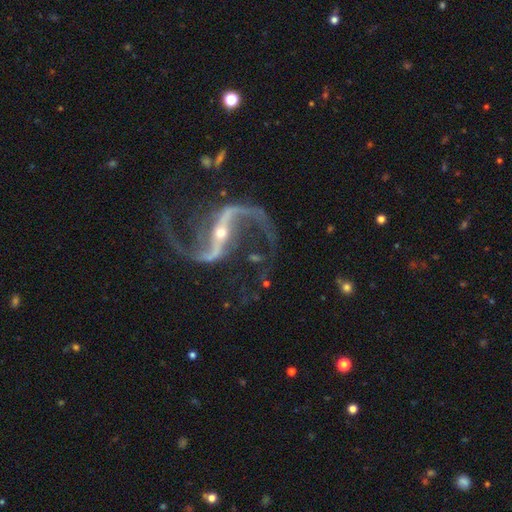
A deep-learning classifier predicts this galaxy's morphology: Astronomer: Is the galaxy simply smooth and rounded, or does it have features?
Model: featured or disk — 94%.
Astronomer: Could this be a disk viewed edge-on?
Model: no — 97%.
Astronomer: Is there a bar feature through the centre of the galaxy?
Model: strong — 66%.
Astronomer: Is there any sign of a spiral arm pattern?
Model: yes — 98%.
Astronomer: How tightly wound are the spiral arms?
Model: loose — 68%.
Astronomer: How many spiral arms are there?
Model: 2 — 95%.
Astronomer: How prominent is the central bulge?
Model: small — 76%.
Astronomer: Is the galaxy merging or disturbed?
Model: none — 77%.